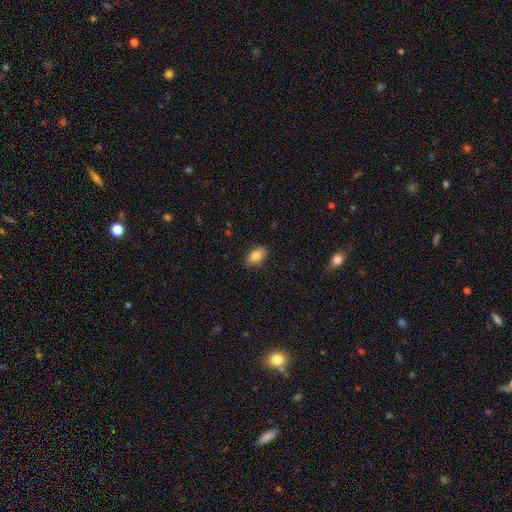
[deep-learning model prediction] Q: Smooth or featured?
A: smooth (81%); runner-up: featured or disk (11%)
Q: How rounded?
A: in between (88%); runner-up: cigar-shaped (7%)
Q: Merging?
A: none (86%); runner-up: minor disturbance (11%)